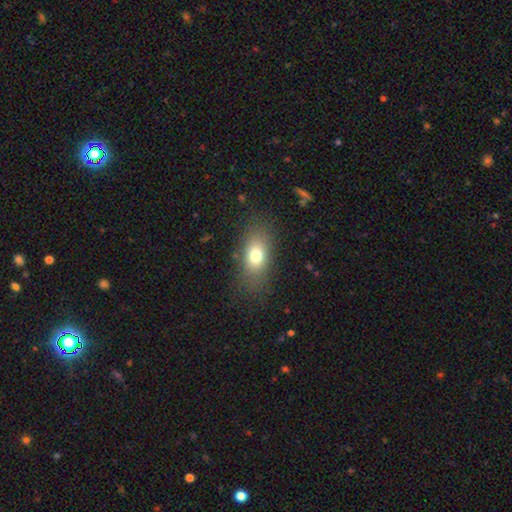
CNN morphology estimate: Smooth or featured: smooth — 74% (featured or disk — 15%)
How rounded: in between — 80% (round — 13%)
Merging: none — 79% (minor disturbance — 13%)